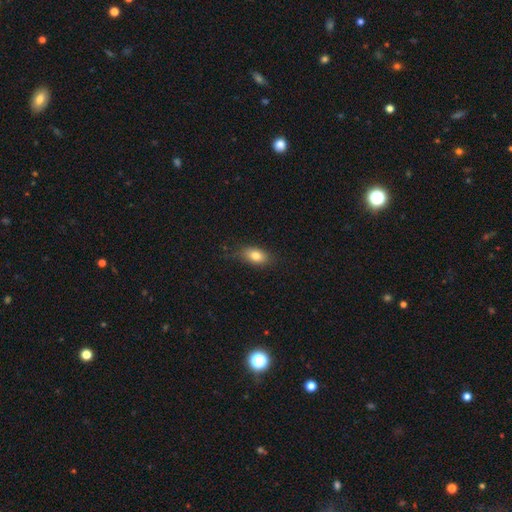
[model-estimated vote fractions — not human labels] Morphology: type=smooth (81%); roundness=in between (85%); merging=none (77%).